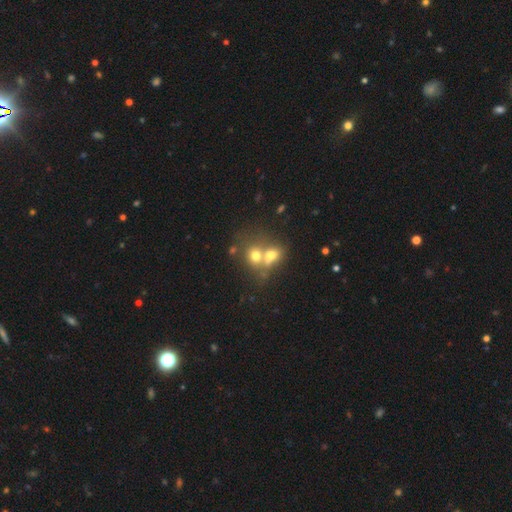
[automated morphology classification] Q: Smooth or featured?
A: smooth (68%); runner-up: featured or disk (20%)
Q: How rounded?
A: round (58%); runner-up: in between (40%)
Q: Merging?
A: merger (65%); runner-up: none (24%)